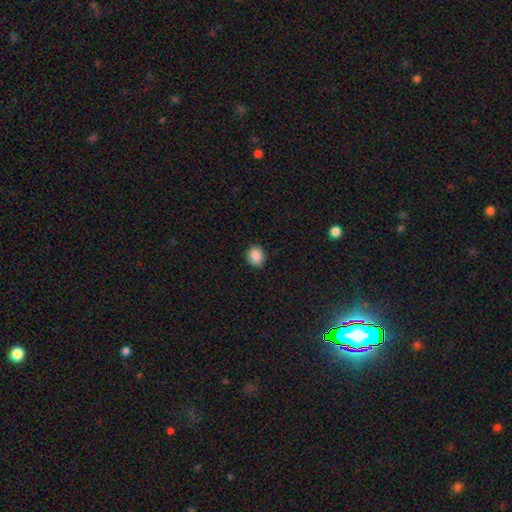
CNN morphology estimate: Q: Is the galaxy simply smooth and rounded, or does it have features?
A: smooth — 87%.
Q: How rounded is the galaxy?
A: round — 69%.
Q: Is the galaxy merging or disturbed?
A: none — 85%.